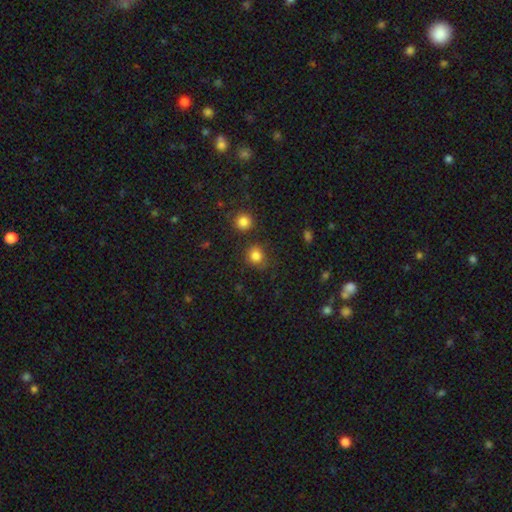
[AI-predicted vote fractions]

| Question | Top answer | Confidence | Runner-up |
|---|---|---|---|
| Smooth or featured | smooth | 82% | star or artifact (13%) |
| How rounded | round | 82% | in between (17%) |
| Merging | none | 78% | minor disturbance (13%) |